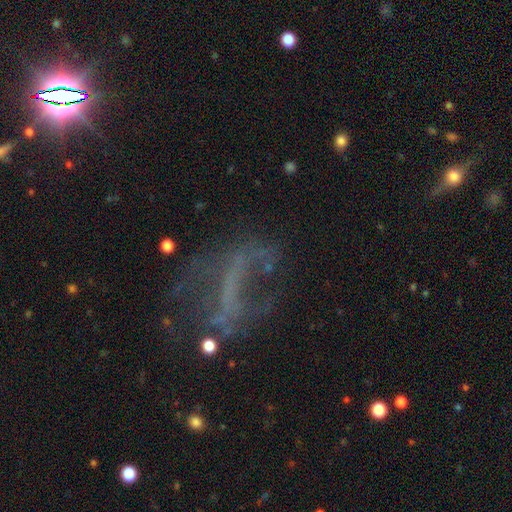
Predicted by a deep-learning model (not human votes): featured or disk 51%, star or artifact 30%, smooth 19%. Down the decision tree: edge-on disk — no (86%); merging — none (42%).